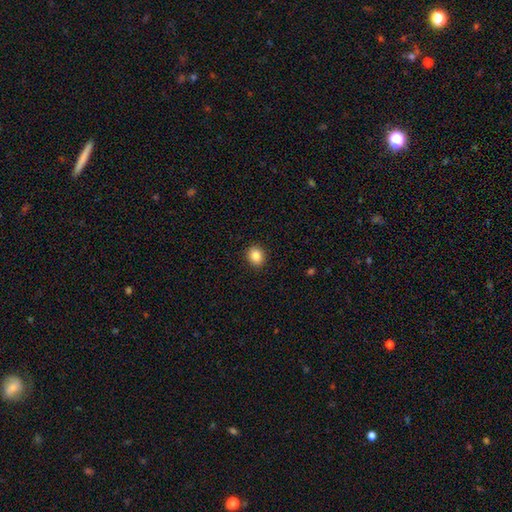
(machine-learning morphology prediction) This appears to be a smooth galaxy with no disk features (87%) that is round (64%). Merging: none (91%).